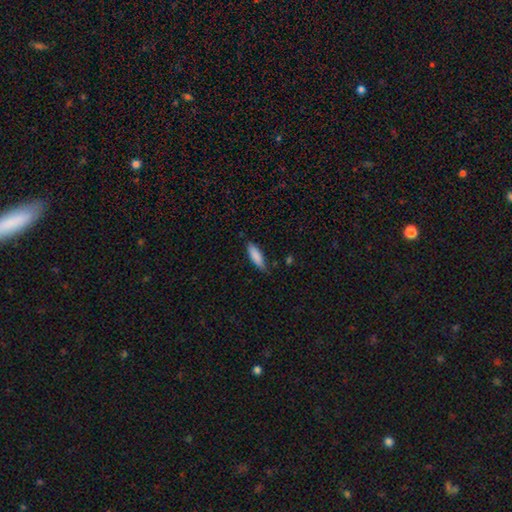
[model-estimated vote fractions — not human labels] Smooth or featured: smooth — 85% (featured or disk — 8%)
How rounded: cigar-shaped — 51% (in between — 47%)
Merging: none — 70% (minor disturbance — 24%)